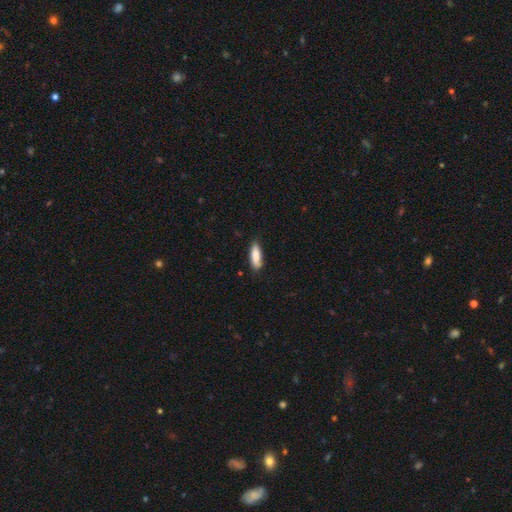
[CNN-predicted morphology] Q: Smooth or featured?
A: smooth (83%); runner-up: featured or disk (11%)
Q: How rounded?
A: cigar-shaped (50%); runner-up: in between (48%)
Q: Merging?
A: none (79%); runner-up: minor disturbance (17%)